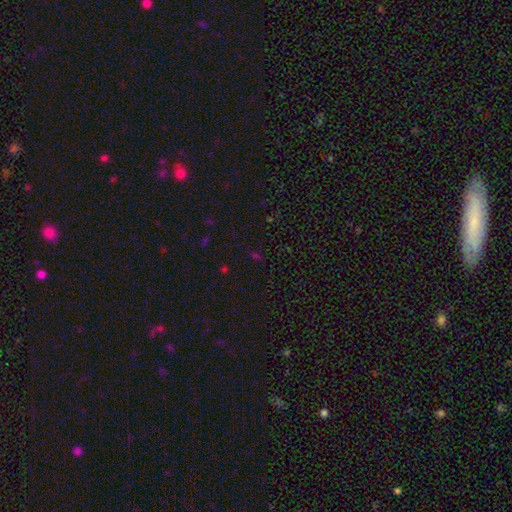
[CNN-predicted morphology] smooth_or_featured: star or artifact (p=0.58) [alt: smooth p=0.32]